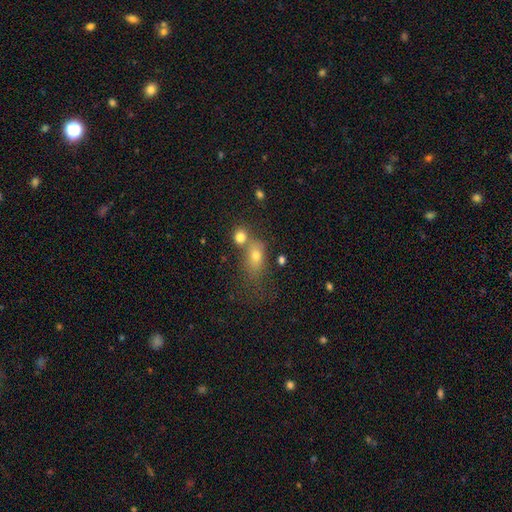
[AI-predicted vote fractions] smooth-or-featured: smooth: 69% | featured or disk: 16% | star or artifact: 15%
  how-rounded: in between: 65% | round: 30% | cigar-shaped: 5%
  merging: merger: 40% | none: 35% | minor disturbance: 14% | major disturbance: 11%